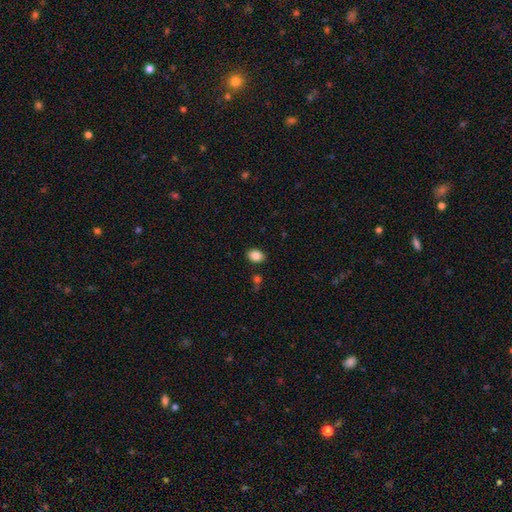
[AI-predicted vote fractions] This appears to be a smooth galaxy with no disk features (85%) that is in between round and cigar-shaped (67%). Merging: none (87%).